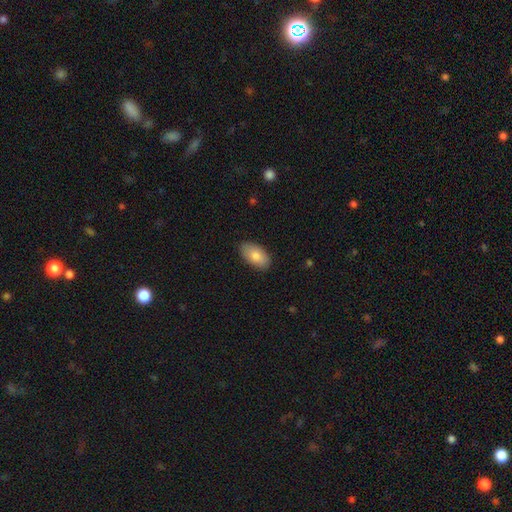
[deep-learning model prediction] This appears to be a smooth galaxy with no disk features (83%) that is in between round and cigar-shaped (94%). Merging: none (86%).